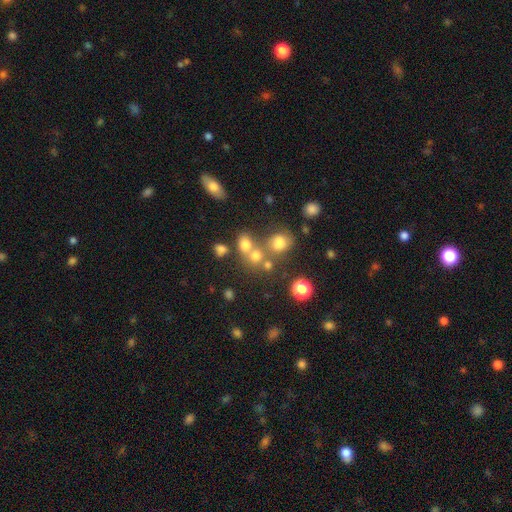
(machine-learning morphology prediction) This is likely a smooth galaxy (68%). How rounded: likely round (75%). Merging: possibly none (46%).